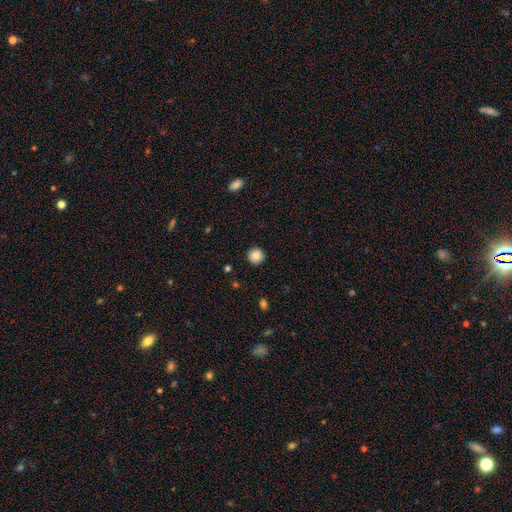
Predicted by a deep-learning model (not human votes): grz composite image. It shows a smooth galaxy with no disk features (86%) that is round (95%). Merging: none (92%).